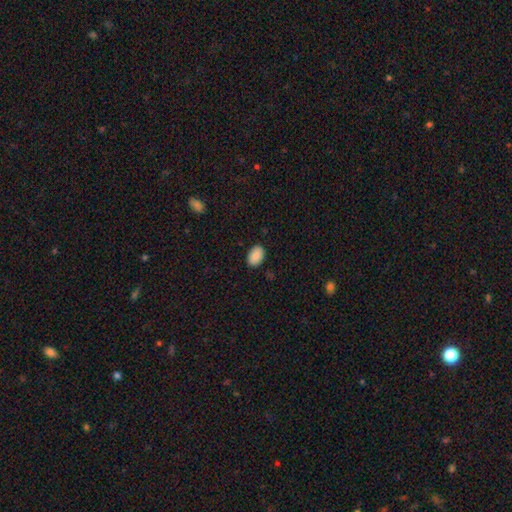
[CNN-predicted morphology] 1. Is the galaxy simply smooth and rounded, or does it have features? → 90% smooth, 7% star or artifact, 3% featured or disk.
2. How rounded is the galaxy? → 89% in between, 10% round, 1% cigar-shaped.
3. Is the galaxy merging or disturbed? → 88% none, 9% minor disturbance, 2% major disturbance, 1% merger.